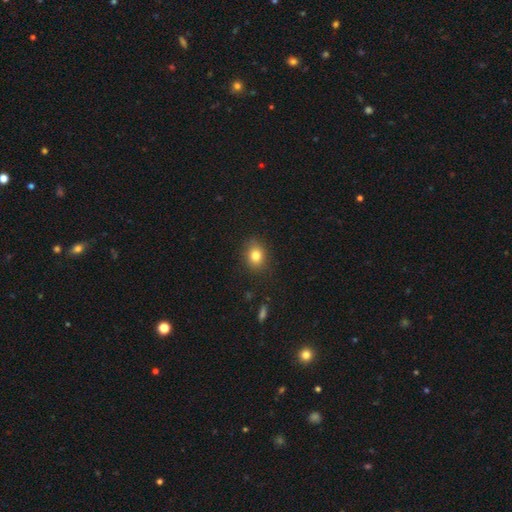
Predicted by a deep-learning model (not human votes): The model was most divided on "how rounded": round: 54%, in between: 45%, cigar-shaped: 1%. More confident: merging — none (84%); smooth or featured — smooth (81%).